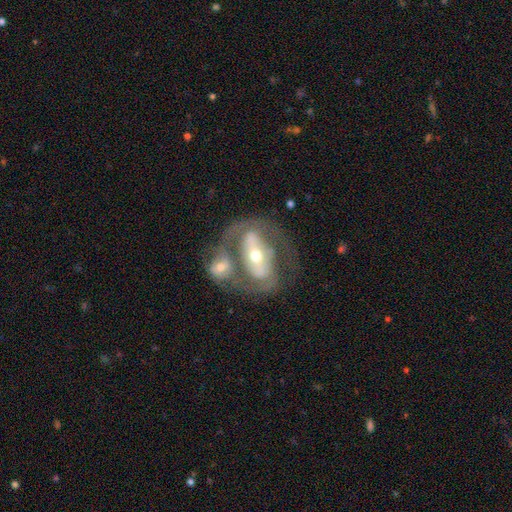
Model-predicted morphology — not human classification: This is likely a featured or disk galaxy (74%). It is clearly not viewed edge-on (93%). Bar: possibly strong (47%). Spiral arm pattern: possibly yes (56%). Central bulge: possibly moderate (57%). Merging: possibly merger (50%).